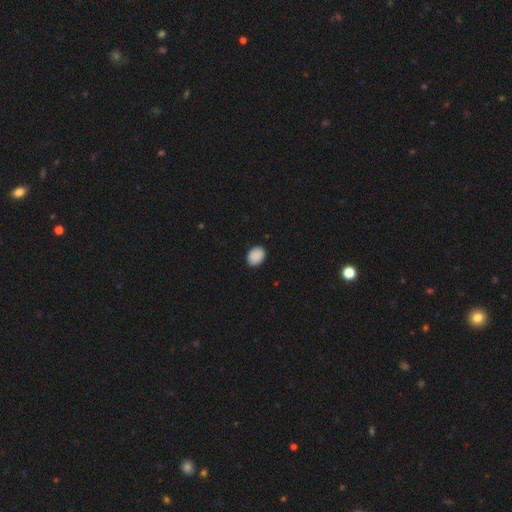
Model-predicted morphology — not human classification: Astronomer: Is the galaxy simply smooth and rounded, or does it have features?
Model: smooth — 89%.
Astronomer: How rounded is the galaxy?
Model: in between — 62% (runner-up: round, 37%).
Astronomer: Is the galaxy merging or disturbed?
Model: none — 87%.